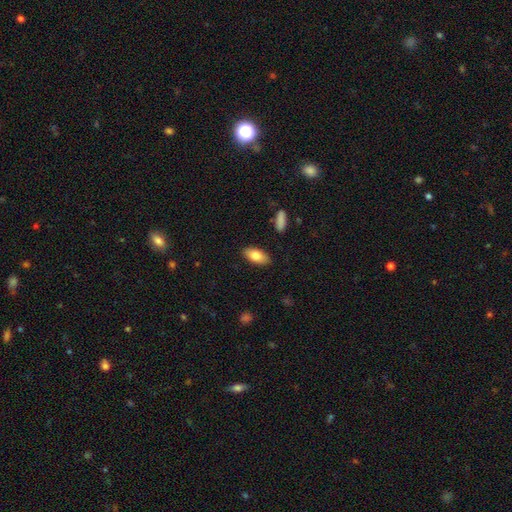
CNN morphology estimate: A smooth galaxy with no disk features (79%) that is in between round and cigar-shaped (90%).

Vote fractions:
- Smooth or featured? smooth: 79% / featured or disk: 14% / star or artifact: 7%
- How rounded? in between: 90% / cigar-shaped: 8% / round: 3%
- Merging? none: 88% / minor disturbance: 9% / major disturbance: 2% / merger: 1%